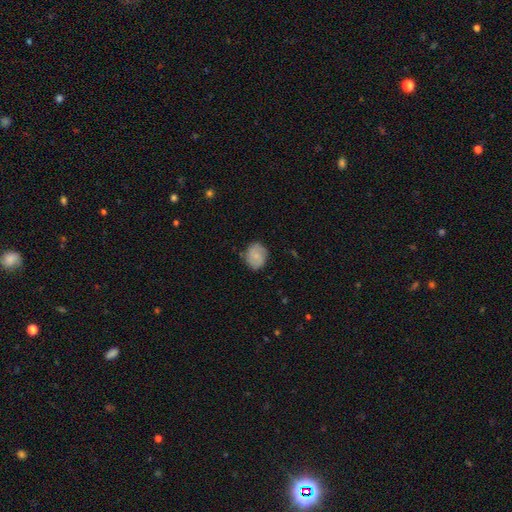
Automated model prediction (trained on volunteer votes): Smooth or featured? smooth (70%)
How rounded? round (66%)
Merging? none (79%)